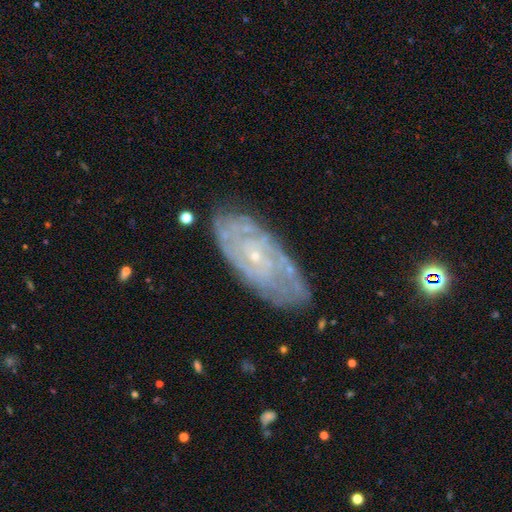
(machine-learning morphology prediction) featured or disk 80%, smooth 13%, star or artifact 7%. Down the decision tree: edge-on disk — no (92%); bar — no (72%); spiral arms — yes (89%); spiral arm count — can't tell (49%); spiral winding — tight (71%); bulge size — small (84%); merging — none (77%).